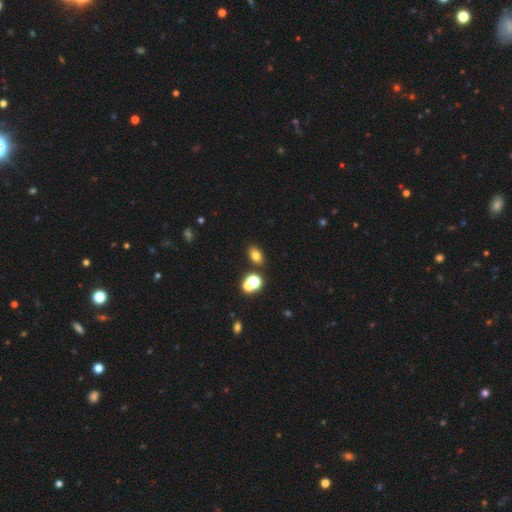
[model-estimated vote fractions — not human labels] Smooth or featured? smooth (73%)
How rounded? in between (76%)
Merging? none (78%)